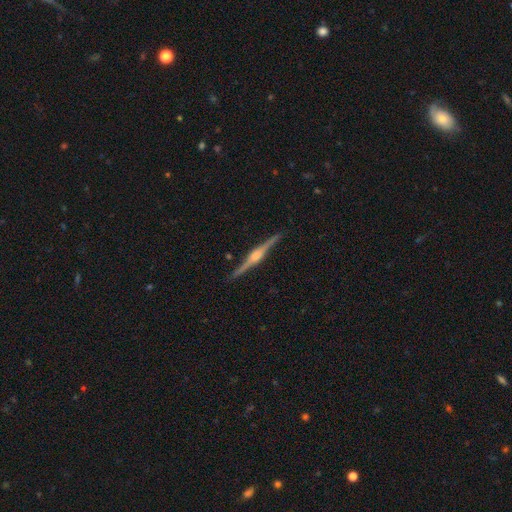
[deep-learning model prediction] smooth_or_featured: featured or disk (p=0.88) [alt: smooth p=0.08]
disk_edge_on: yes (p=0.98) [alt: no p=0.02]
edge_on_bulge: rounded (p=0.84) [alt: boxy p=0.13]
merging: none (p=0.91) [alt: minor disturbance p=0.07]